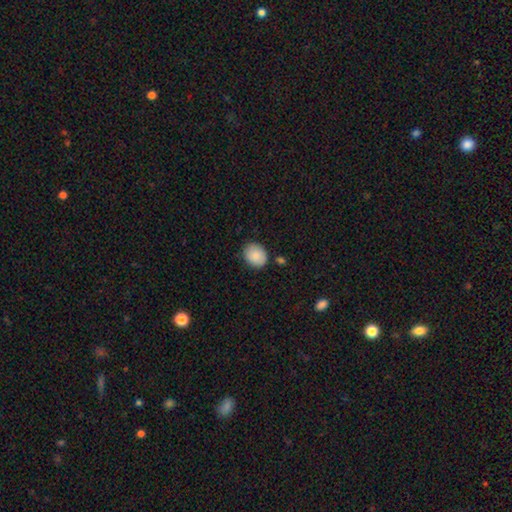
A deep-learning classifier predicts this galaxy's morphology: smooth 85%, featured or disk 8%, star or artifact 7%. Down the decision tree: how rounded — round (54%); merging — none (81%).